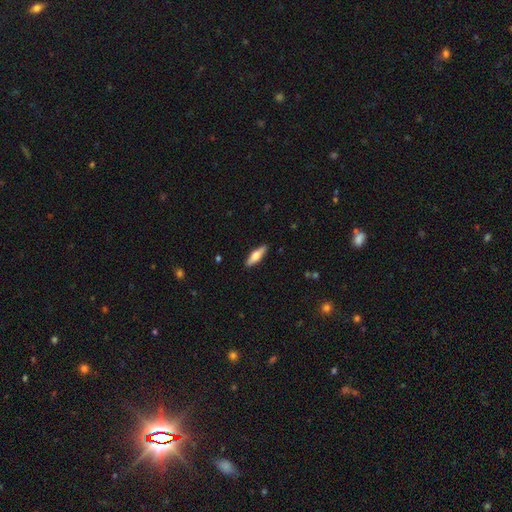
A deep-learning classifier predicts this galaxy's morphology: The model was most divided on "how rounded": cigar-shaped: 54%, in between: 44%, round: 2%. More confident: merging — none (89%); smooth or featured — smooth (58%).